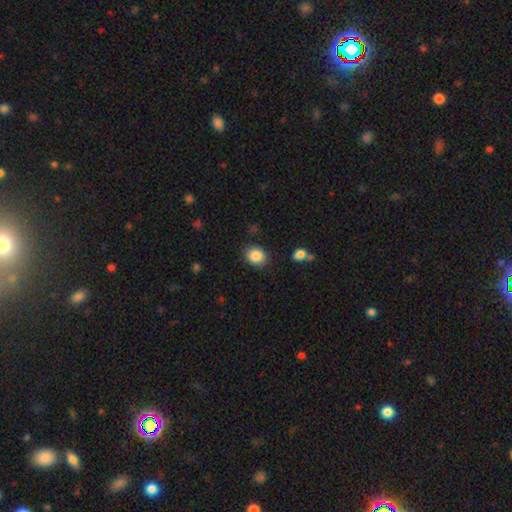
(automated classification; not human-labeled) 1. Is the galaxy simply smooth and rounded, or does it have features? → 87% smooth, 9% star or artifact, 4% featured or disk.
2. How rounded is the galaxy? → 62% round, 37% in between, 1% cigar-shaped.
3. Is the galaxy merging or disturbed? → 84% none, 11% minor disturbance, 3% major disturbance, 2% merger.